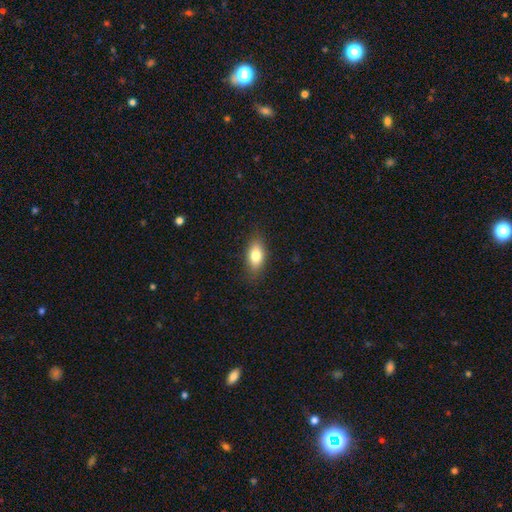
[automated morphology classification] type=smooth (80%); roundness=in between (87%); merging=none (84%).